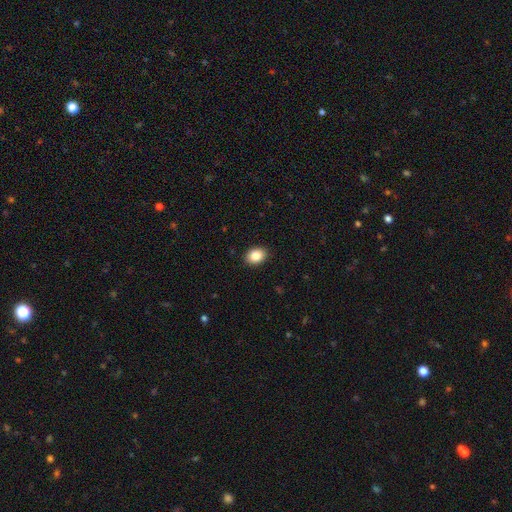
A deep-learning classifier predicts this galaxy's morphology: Smooth or featured? smooth (87%)
How rounded? in between (66%)
Merging? none (90%)